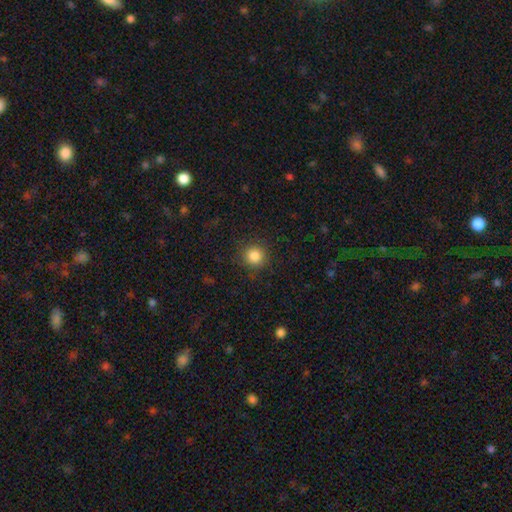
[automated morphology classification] A smooth galaxy with no disk features (85%) that is round (94%).

Vote fractions:
- Smooth or featured? smooth: 85% / star or artifact: 11% / featured or disk: 4%
- How rounded? round: 94% / in between: 5% / cigar-shaped: 1%
- Merging? none: 88% / minor disturbance: 8% / major disturbance: 3% / merger: 1%